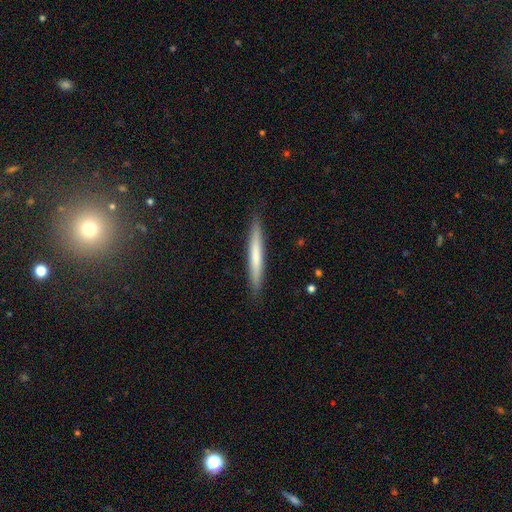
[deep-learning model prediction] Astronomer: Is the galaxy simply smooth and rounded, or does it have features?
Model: featured or disk — 49% (runner-up: smooth, 43%).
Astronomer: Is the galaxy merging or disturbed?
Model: none — 90%.